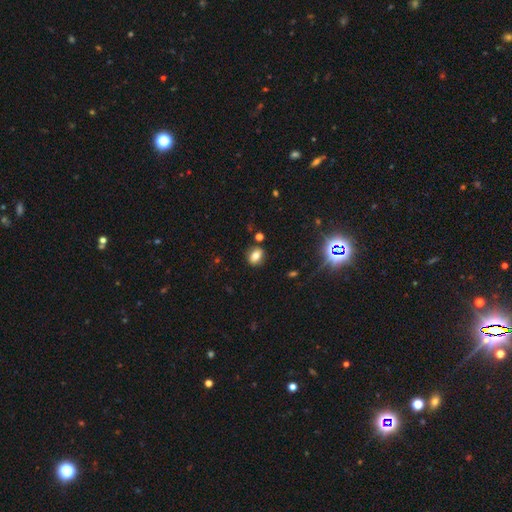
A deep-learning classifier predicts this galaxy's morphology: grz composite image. It shows a smooth galaxy with no disk features (72%) that is in between round and cigar-shaped (57%). Merging: none (83%).